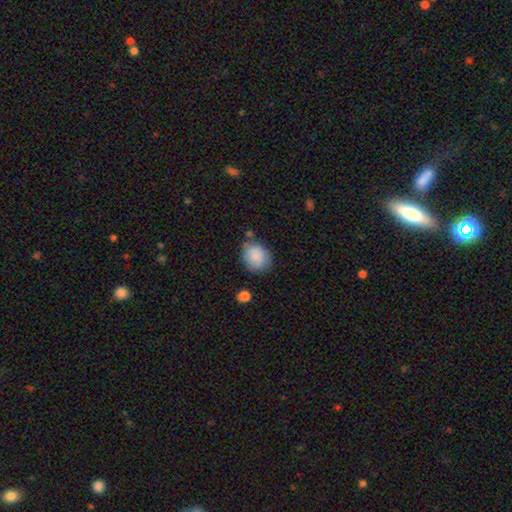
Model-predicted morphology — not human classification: smooth 87%, star or artifact 7%, featured or disk 7%. Down the decision tree: how rounded — round (63%); merging — none (67%).